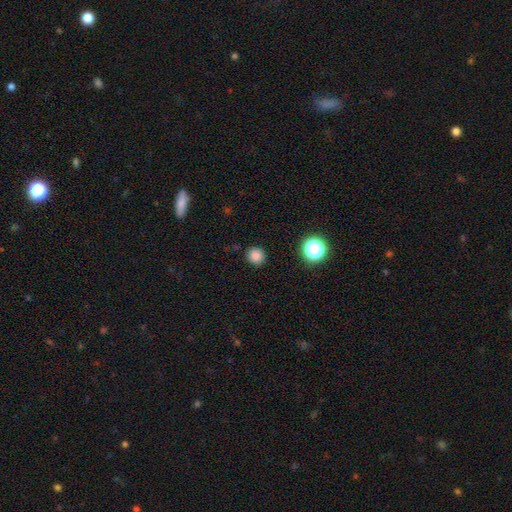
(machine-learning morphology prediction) Q: Smooth or featured?
A: smooth (83%); runner-up: star or artifact (13%)
Q: How rounded?
A: round (88%); runner-up: in between (11%)
Q: Merging?
A: none (90%); runner-up: minor disturbance (7%)